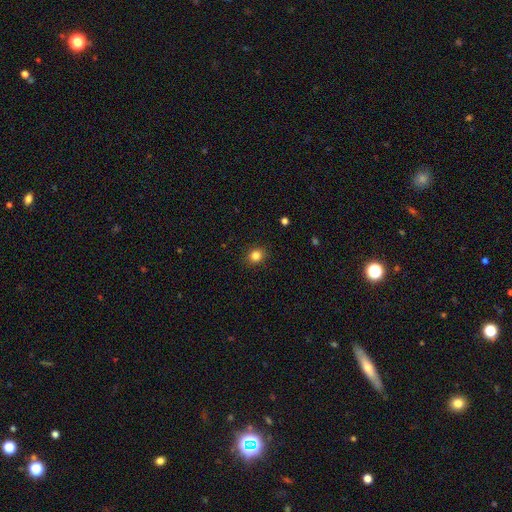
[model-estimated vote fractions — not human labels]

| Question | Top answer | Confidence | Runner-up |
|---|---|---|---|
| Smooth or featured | smooth | 84% | star or artifact (12%) |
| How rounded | round | 78% | in between (21%) |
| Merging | none | 91% | minor disturbance (6%) |